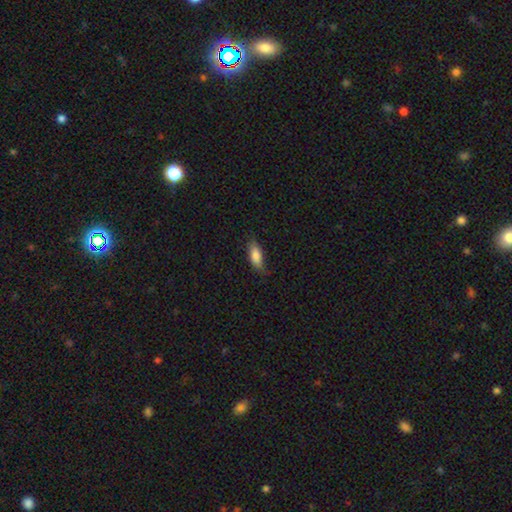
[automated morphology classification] Smooth or featured? Predicted: smooth (p=0.82). How rounded? Predicted: in between (p=0.77). Merging? Predicted: none (p=0.74).